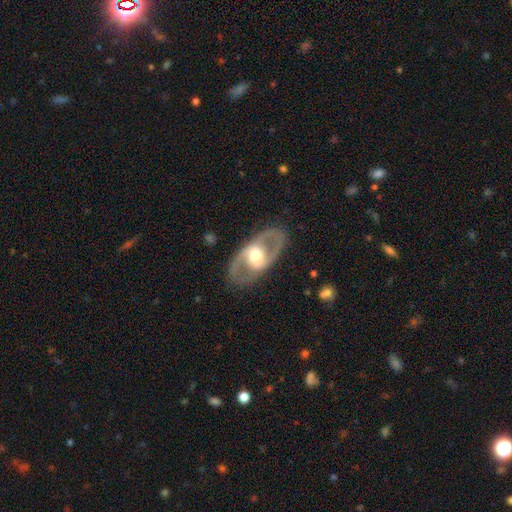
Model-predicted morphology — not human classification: A featured or disk galaxy (80%) with no bar (43%), spiral arms (68%) and a moderate central bulge (63%).

Vote fractions:
- Smooth or featured? featured or disk: 80% / smooth: 16% / star or artifact: 5%
- Edge-on disk? no: 91% / yes: 9%
- Bar? no: 43% / weak: 33% / strong: 24%
- Spiral arms? yes: 68% / no: 32%
- Bulge size? moderate: 63% / large: 21% / small: 13% / dominant: 2% / none: 1%
- Merging? none: 84% / minor disturbance: 10% / major disturbance: 5% / merger: 1%